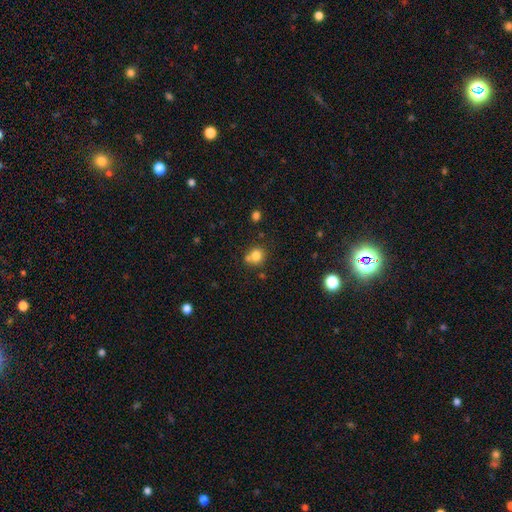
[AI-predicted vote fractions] Overall: smooth (78%). How rounded: round (82%). Merging: none (55%; merger 29%).